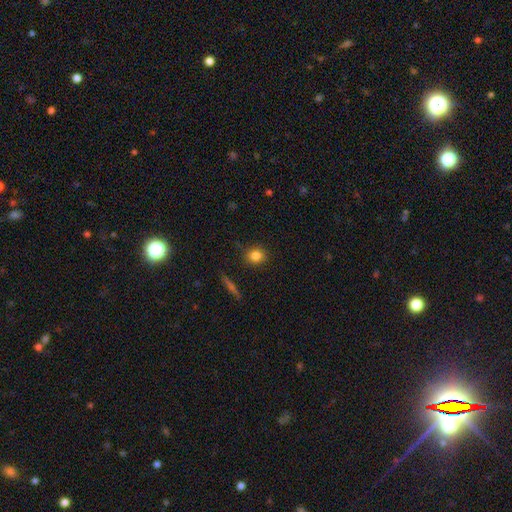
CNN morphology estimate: Smooth or featured? smooth (83%)
How rounded? round (81%)
Merging? none (87%)